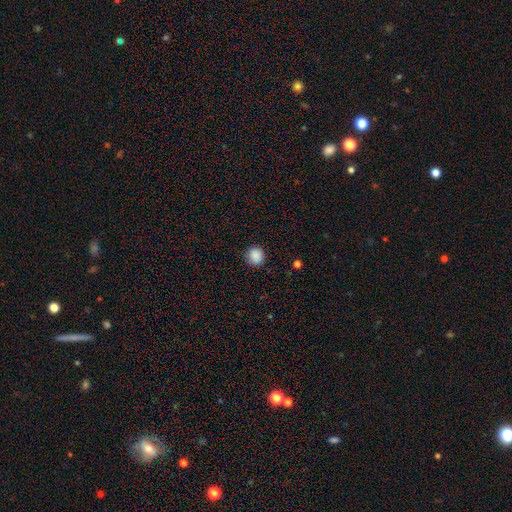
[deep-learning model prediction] smooth-or-featured: smooth: 88% | star or artifact: 9% | featured or disk: 3%
  how-rounded: round: 92% | in between: 7% | cigar-shaped: 1%
  merging: none: 89% | minor disturbance: 8% | major disturbance: 2% | merger: 1%